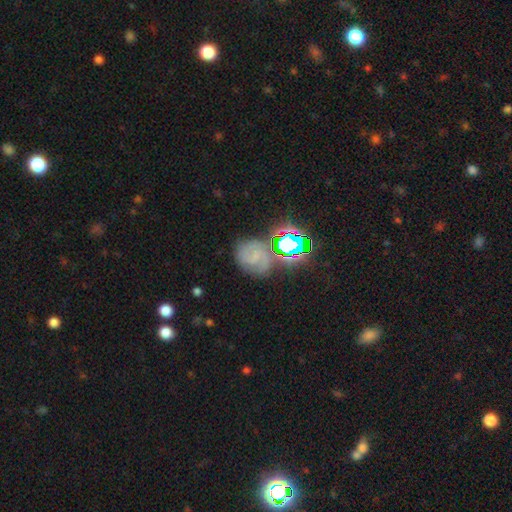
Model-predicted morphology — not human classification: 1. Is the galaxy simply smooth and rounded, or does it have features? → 47% featured or disk, 27% star or artifact, 26% smooth.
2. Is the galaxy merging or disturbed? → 62% none, 19% minor disturbance, 11% merger, 9% major disturbance.